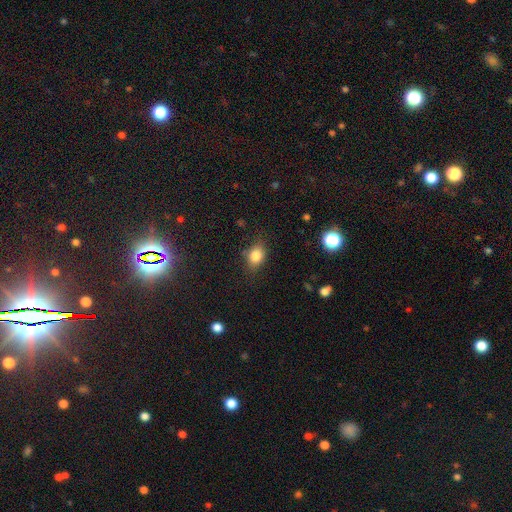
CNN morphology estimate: smooth-or-featured: smooth: 81% | star or artifact: 10% | featured or disk: 8%
  how-rounded: in between: 64% | round: 34% | cigar-shaped: 2%
  merging: none: 74% | minor disturbance: 19% | major disturbance: 5% | merger: 2%